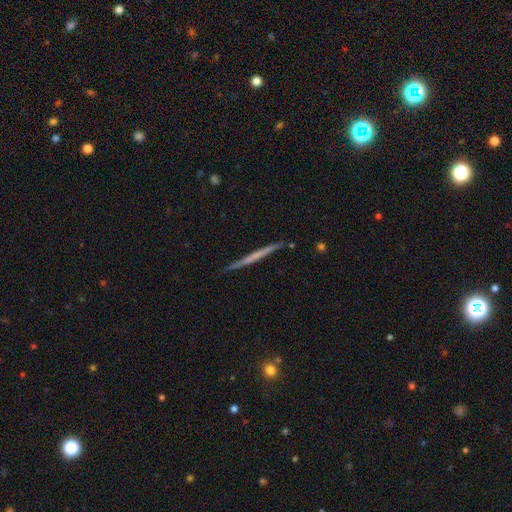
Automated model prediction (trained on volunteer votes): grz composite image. It shows a featured or disk galaxy (54%) viewed edge-on (97%) with no central bulge (90%). Merging: none (89%).